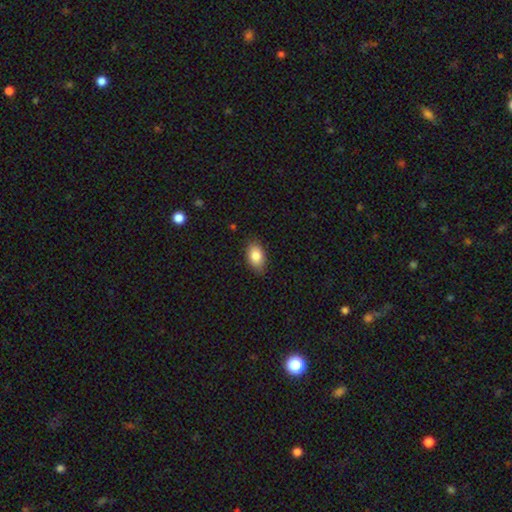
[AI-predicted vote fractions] smooth-or-featured: smooth: 85% | featured or disk: 8% | star or artifact: 7%
  how-rounded: in between: 91% | round: 7% | cigar-shaped: 2%
  merging: none: 84% | minor disturbance: 12% | major disturbance: 2% | merger: 1%